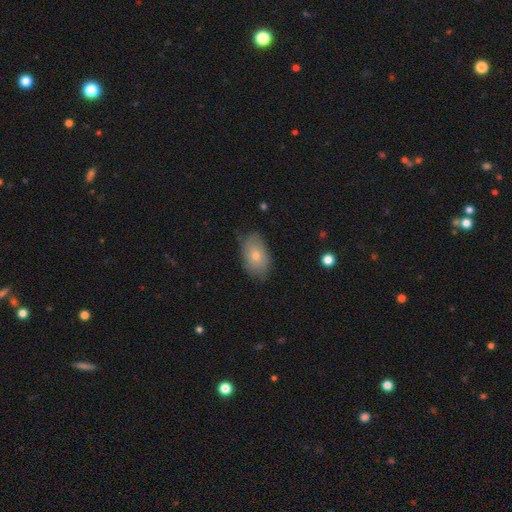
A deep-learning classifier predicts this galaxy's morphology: smooth_or_featured: smooth (p=0.73) [alt: featured or disk p=0.21]
how_rounded: in between (p=0.89) [alt: round p=0.10]
merging: none (p=0.72) [alt: minor disturbance p=0.22]